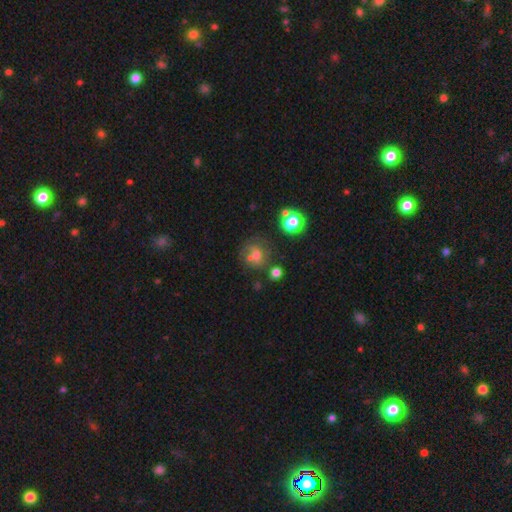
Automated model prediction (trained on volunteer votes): Smooth or featured? smooth (54%)
How rounded? round (79%)
Merging? none (50%)